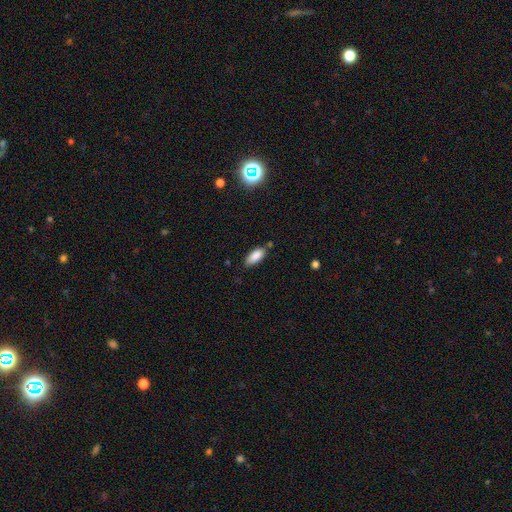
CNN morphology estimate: smooth 87%, star or artifact 7%, featured or disk 6%. Down the decision tree: how rounded — in between (85%); merging — none (71%).